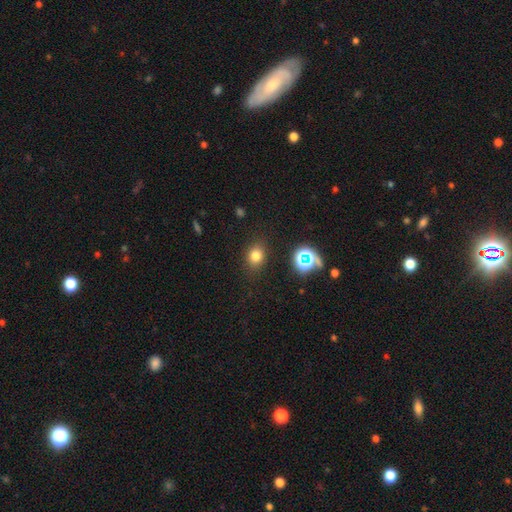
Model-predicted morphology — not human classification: A smooth galaxy with no disk features (75%) that is round (56%). Merging: none (84%).